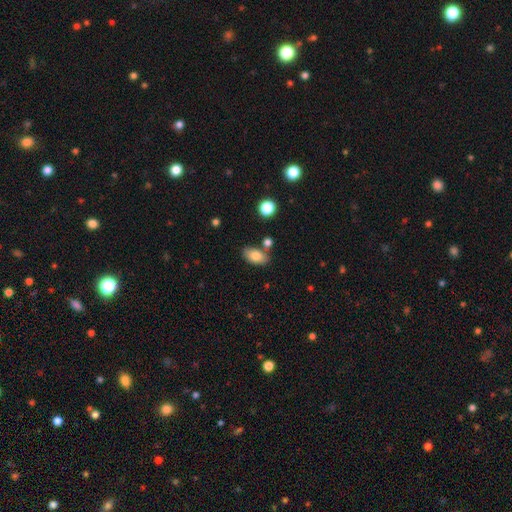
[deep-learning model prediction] The model was most divided on "merging": none: 71%, minor disturbance: 14%, merger: 12%, major disturbance: 3%. More confident: how rounded — in between (91%); smooth or featured — smooth (81%).